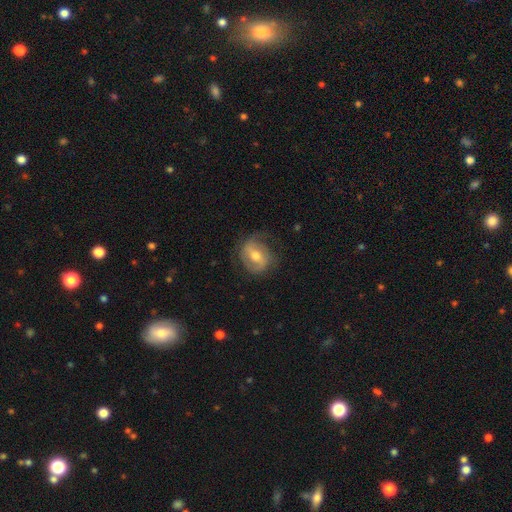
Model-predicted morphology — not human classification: Smooth or featured: featured or disk — 64% (smooth — 29%)
Edge-on disk: no — 95% (yes — 5%)
Bar: weak — 45% (strong — 34%)
Spiral arms: yes — 78% (no — 22%)
Bulge size: moderate — 70% (small — 20%)
Merging: none — 66% (minor disturbance — 21%)